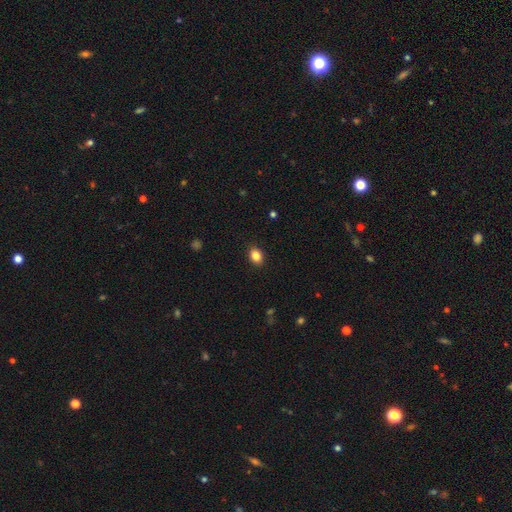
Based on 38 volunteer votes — A smooth galaxy with no disk features (92%) that is in between round and cigar-shaped (69%). Merging: none (89%).